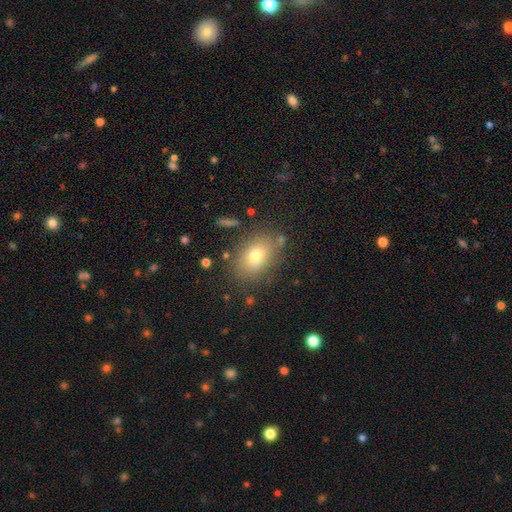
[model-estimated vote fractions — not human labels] Smooth or featured? smooth (73%)
How rounded? in between (75%)
Merging? none (78%)